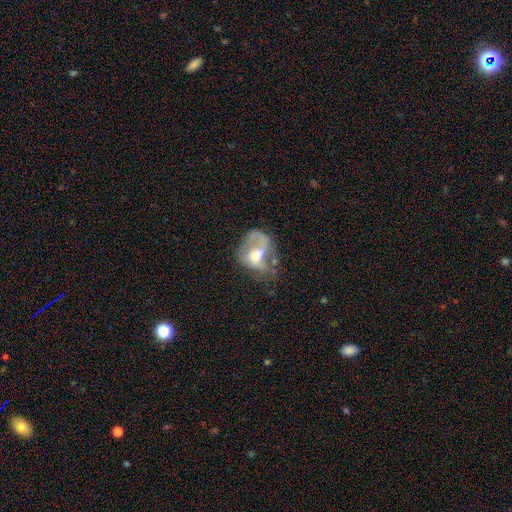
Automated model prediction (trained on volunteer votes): smooth-or-featured: featured or disk: 54% | smooth: 37% | star or artifact: 9%
  disk-edge-on: no: 97% | yes: 3%
    bar: no: 70% | weak: 24% | strong: 5%
    has-spiral-arms: no: 60% | yes: 40%
    bulge-size: moderate: 55% | small: 18% | large: 16% | none: 8% | dominant: 2%
  merging: major disturbance: 41% | none: 27% | minor disturbance: 22% | merger: 11%